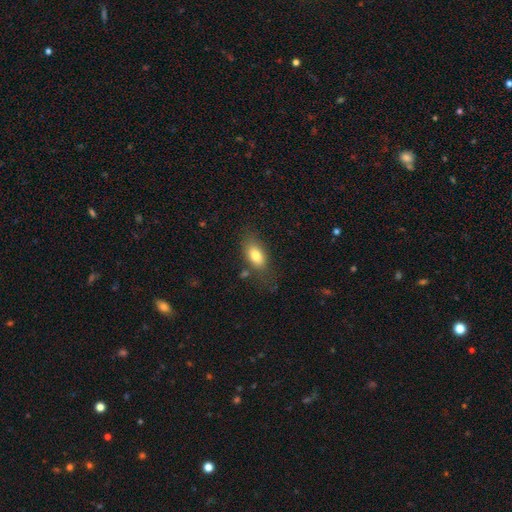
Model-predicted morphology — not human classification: Smooth or featured?
  - smooth: 79% *
  - featured or disk: 13%
  - star or artifact: 8%
How rounded?
  - in between: 87% *
  - cigar-shaped: 7%
  - round: 7%
Merging?
  - none: 70% *
  - minor disturbance: 18%
  - major disturbance: 7%
  - merger: 5%